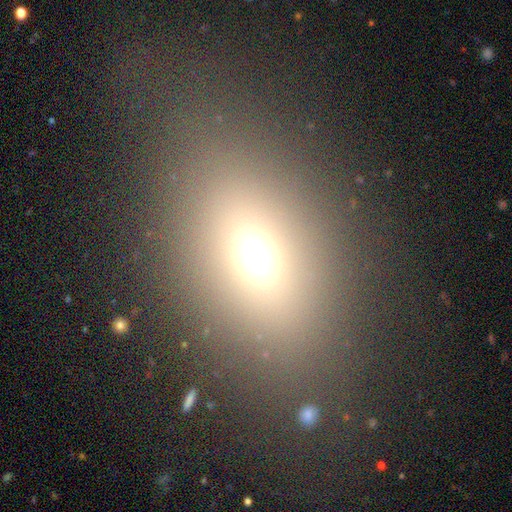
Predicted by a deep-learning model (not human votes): smooth_or_featured: smooth (p=0.66) [alt: star or artifact p=0.21]
how_rounded: in between (p=0.71) [alt: round p=0.27]
merging: none (p=0.79) [alt: minor disturbance p=0.10]